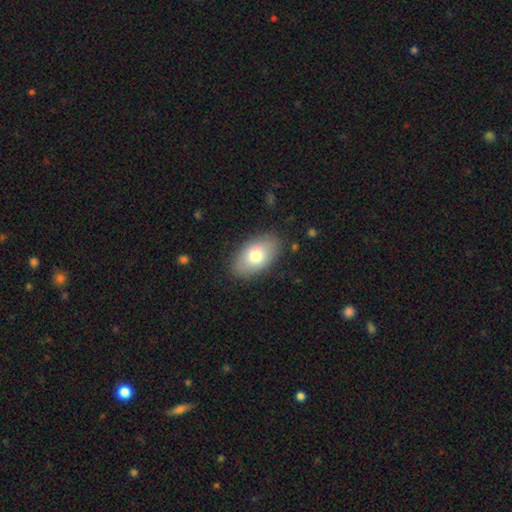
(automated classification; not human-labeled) Smooth or featured?
  - smooth: 75% *
  - featured or disk: 19%
  - star or artifact: 7%
How rounded?
  - in between: 93% *
  - round: 6%
  - cigar-shaped: 2%
Merging?
  - none: 84% *
  - minor disturbance: 12%
  - major disturbance: 3%
  - merger: 1%